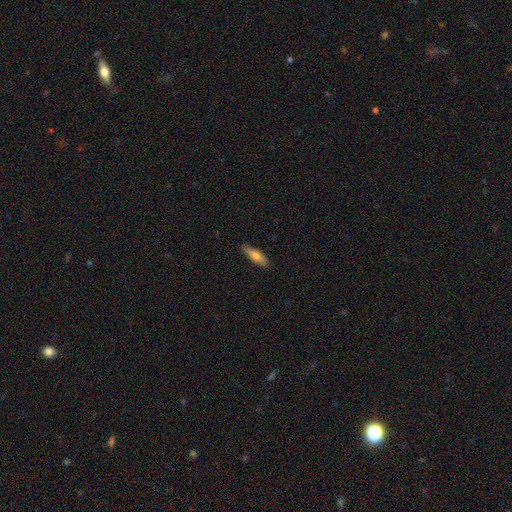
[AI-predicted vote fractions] The model was most divided on "how rounded": cigar-shaped: 63%, in between: 35%, round: 2%. More confident: merging — none (86%); smooth or featured — smooth (70%).